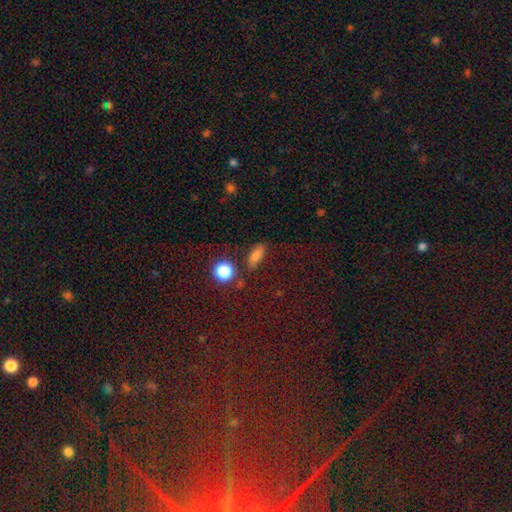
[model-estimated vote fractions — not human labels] This is likely a smooth galaxy (76%). How rounded: possibly in between (57%). Merging: likely none (80%).